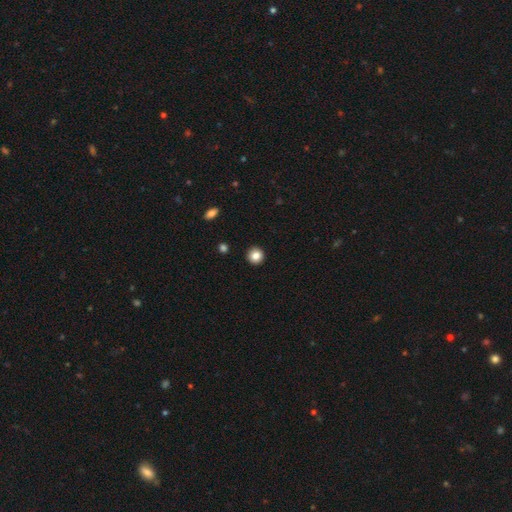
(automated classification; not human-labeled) A smooth galaxy with no disk features (85%) that is round (93%). Merging: none (93%).